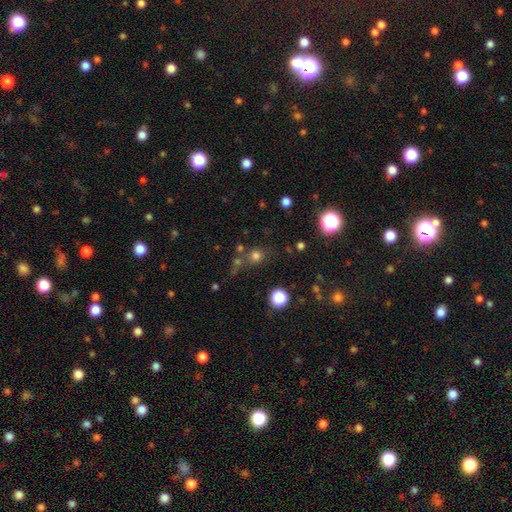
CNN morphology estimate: Overall: smooth (70%). How rounded: round (86%). Merging: none (68%).